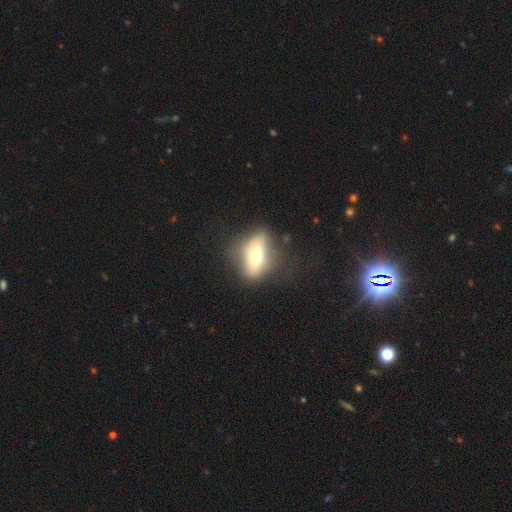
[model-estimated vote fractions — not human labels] Smooth or featured? Predicted: smooth (p=0.59). How rounded? Predicted: in between (p=0.75). Merging? Predicted: none (p=0.64).